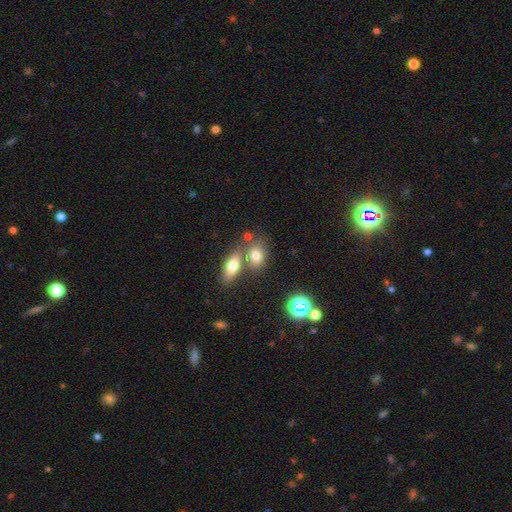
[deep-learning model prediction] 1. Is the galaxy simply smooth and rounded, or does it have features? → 74% smooth, 13% star or artifact, 13% featured or disk.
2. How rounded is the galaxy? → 69% in between, 27% round, 4% cigar-shaped.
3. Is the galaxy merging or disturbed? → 51% none, 34% merger, 11% minor disturbance, 4% major disturbance.